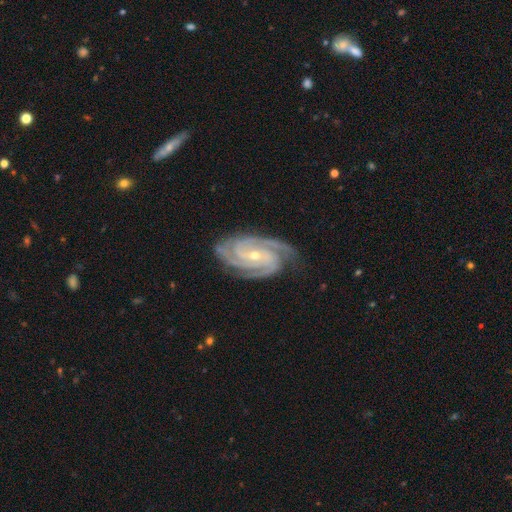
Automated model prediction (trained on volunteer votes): Q: Smooth or featured?
A: featured or disk (92%); runner-up: star or artifact (5%)
Q: Edge-on disk?
A: no (97%); runner-up: yes (3%)
Q: Bar?
A: no (51%); runner-up: weak (32%)
Q: Spiral arms?
A: yes (99%); runner-up: no (1%)
Q: Spiral winding?
A: tight (68%); runner-up: medium (29%)
Q: Spiral arm count?
A: 3 (41%); runner-up: 2 (22%)
Q: Bulge size?
A: small (69%); runner-up: moderate (29%)
Q: Merging?
A: none (80%); runner-up: minor disturbance (15%)